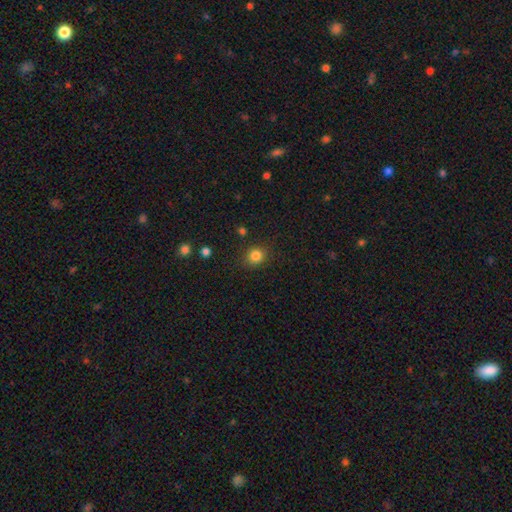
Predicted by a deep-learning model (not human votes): This is clearly a smooth galaxy (83%). How rounded: clearly round (82%). Merging: clearly none (86%).